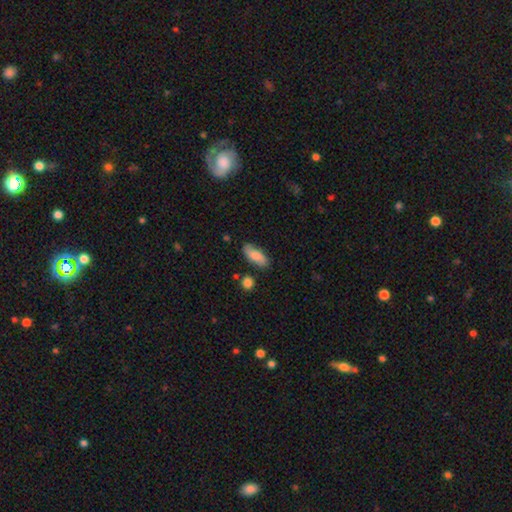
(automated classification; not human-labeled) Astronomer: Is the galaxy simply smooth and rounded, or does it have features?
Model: smooth — 75%.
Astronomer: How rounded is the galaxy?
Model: in between — 81%.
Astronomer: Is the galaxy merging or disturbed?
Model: none — 77%.